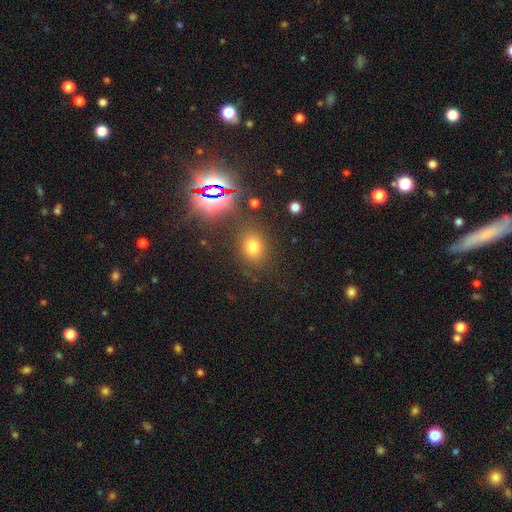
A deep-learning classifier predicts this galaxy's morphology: Smooth or featured?
  - smooth: 54% *
  - star or artifact: 37%
  - featured or disk: 10%
How rounded?
  - round: 61% *
  - in between: 38%
  - cigar-shaped: 1%
Merging?
  - none: 84% *
  - minor disturbance: 9%
  - major disturbance: 4%
  - merger: 3%